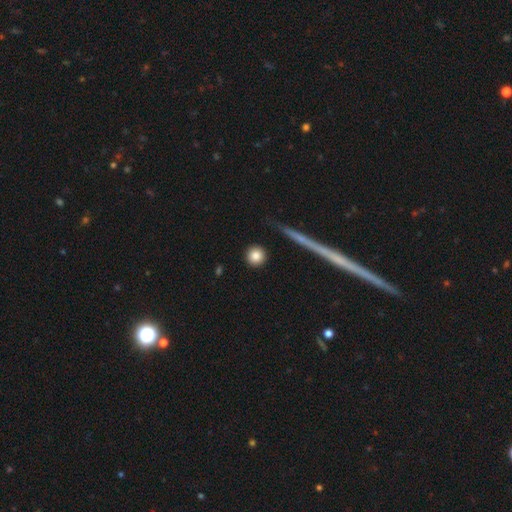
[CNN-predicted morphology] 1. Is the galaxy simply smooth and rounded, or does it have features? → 83% smooth, 8% featured or disk, 8% star or artifact.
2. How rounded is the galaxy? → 94% round, 5% in between, 2% cigar-shaped.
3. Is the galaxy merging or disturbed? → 89% none, 6% minor disturbance, 2% merger, 2% major disturbance.